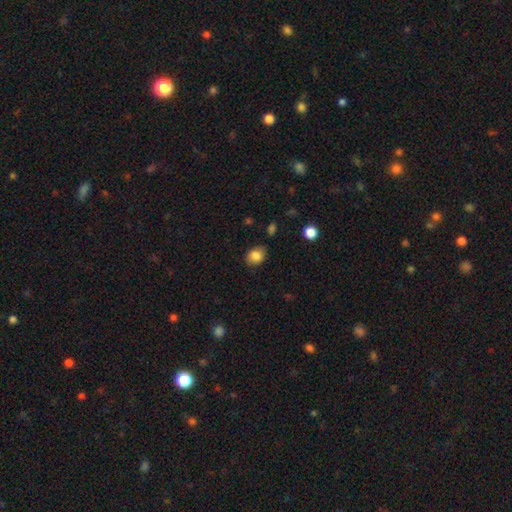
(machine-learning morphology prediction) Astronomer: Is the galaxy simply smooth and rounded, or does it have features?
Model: smooth — 83%.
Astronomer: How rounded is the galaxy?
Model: round — 52% (runner-up: in between, 47%).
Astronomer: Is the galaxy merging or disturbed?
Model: none — 75%.